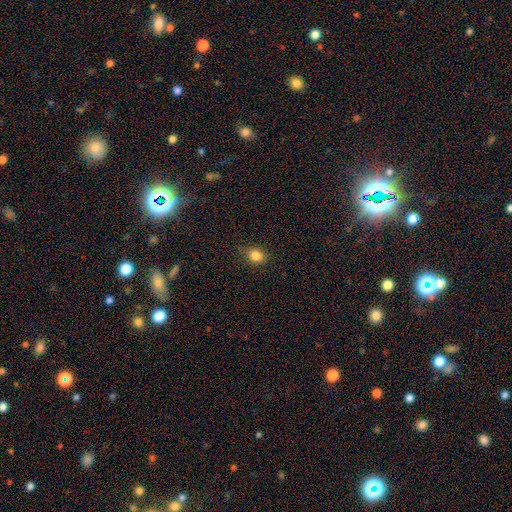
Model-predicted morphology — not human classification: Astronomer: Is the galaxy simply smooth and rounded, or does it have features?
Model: smooth — 84%.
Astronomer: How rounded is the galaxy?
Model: round — 59% (runner-up: in between, 40%).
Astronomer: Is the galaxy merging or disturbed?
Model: none — 83%.